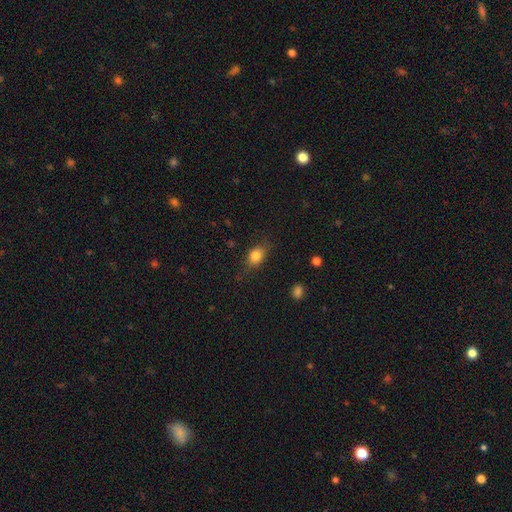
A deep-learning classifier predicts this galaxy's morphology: Q: Smooth or featured?
A: smooth (81%); runner-up: featured or disk (10%)
Q: How rounded?
A: in between (63%); runner-up: round (34%)
Q: Merging?
A: none (72%); runner-up: minor disturbance (20%)